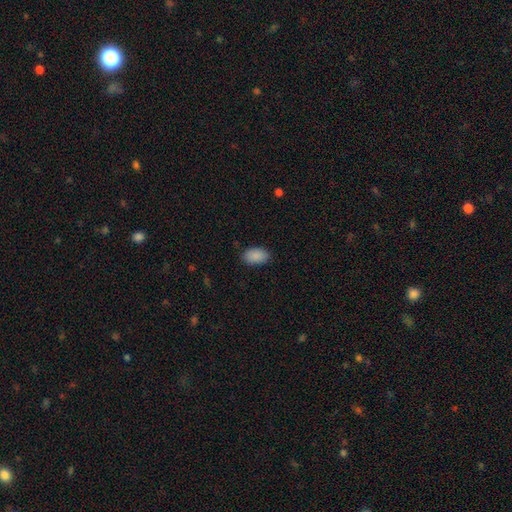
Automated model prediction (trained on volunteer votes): This is clearly a smooth galaxy (90%). How rounded: clearly in between (92%). Merging: clearly none (86%).